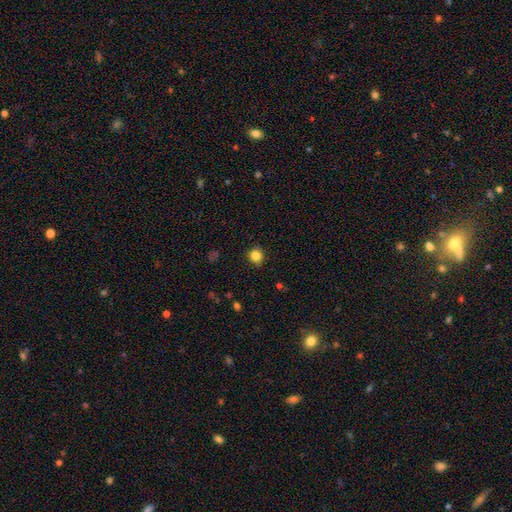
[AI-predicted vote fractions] This appears to be a smooth galaxy with no disk features (83%) that is round (90%). Merging: none (88%).